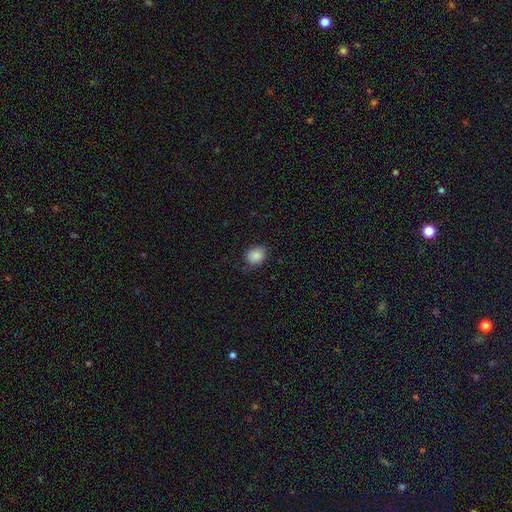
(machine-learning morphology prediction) smooth 87%, star or artifact 9%, featured or disk 4%. Down the decision tree: how rounded — round (52%); merging — none (75%).